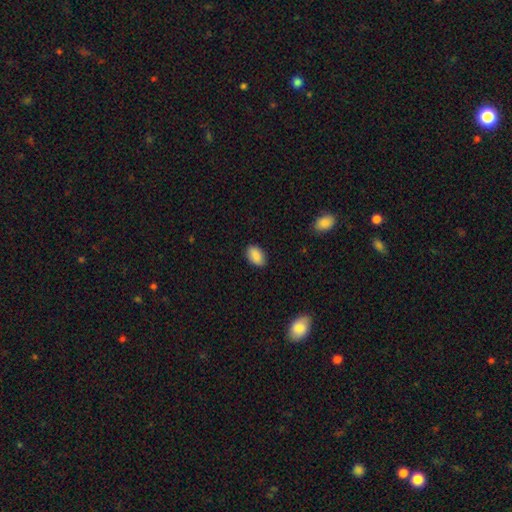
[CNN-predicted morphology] The model was most divided on "merging": none: 86%, minor disturbance: 11%, major disturbance: 2%, merger: 1%. More confident: how rounded — in between (91%); smooth or featured — smooth (89%).